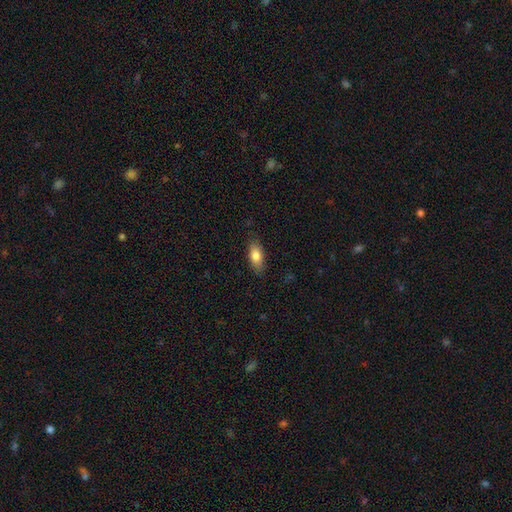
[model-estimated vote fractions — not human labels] smooth 81%, featured or disk 12%, star or artifact 7%. Down the decision tree: how rounded — in between (82%); merging — none (83%).